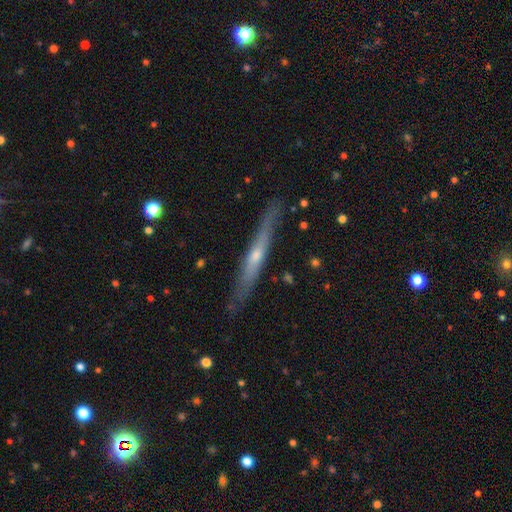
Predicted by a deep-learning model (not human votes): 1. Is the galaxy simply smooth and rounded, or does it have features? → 64% featured or disk, 29% smooth, 6% star or artifact.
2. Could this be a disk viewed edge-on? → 93% yes, 7% no.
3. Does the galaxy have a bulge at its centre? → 67% rounded, 29% none, 4% boxy.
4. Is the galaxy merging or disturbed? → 84% none, 12% minor disturbance, 2% major disturbance, 2% merger.